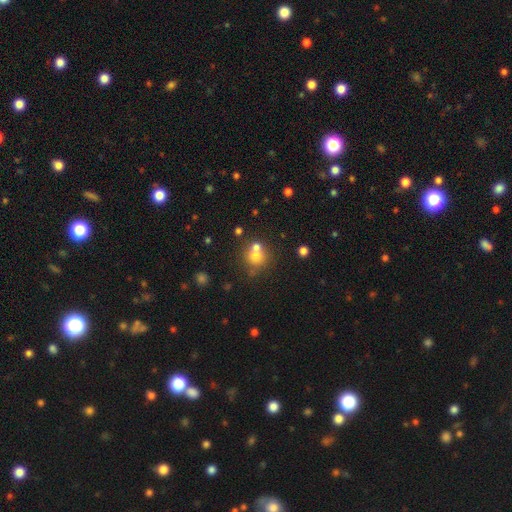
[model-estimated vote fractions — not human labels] Smooth or featured? smooth (69%)
How rounded? round (85%)
Merging? none (49%)